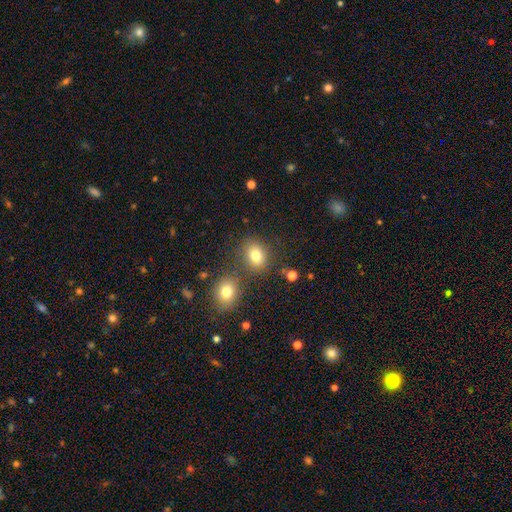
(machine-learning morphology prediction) smooth-or-featured: smooth: 78% | star or artifact: 13% | featured or disk: 9%
  how-rounded: in between: 53% | round: 46% | cigar-shaped: 1%
  merging: none: 72% | merger: 13% | minor disturbance: 11% | major disturbance: 4%